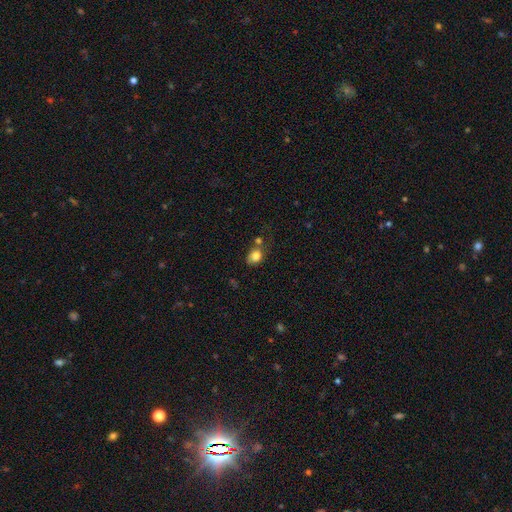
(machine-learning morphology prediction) The model was most divided on "how rounded": in between: 57%, round: 42%, cigar-shaped: 1%. Remaining: smooth or featured — smooth (82%); merging — none (47%).